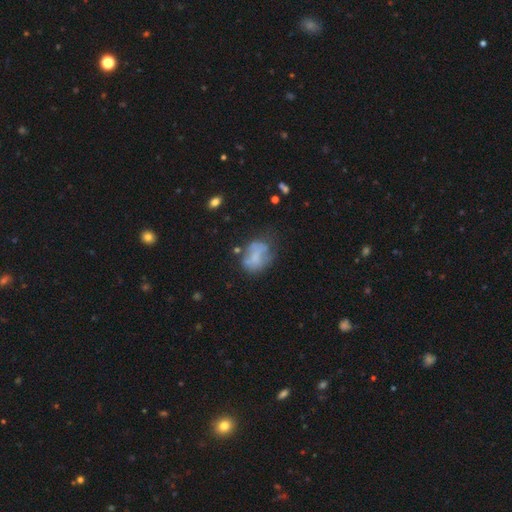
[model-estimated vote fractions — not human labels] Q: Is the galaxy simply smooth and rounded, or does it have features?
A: smooth — 49%.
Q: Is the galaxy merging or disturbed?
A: none — 43%.